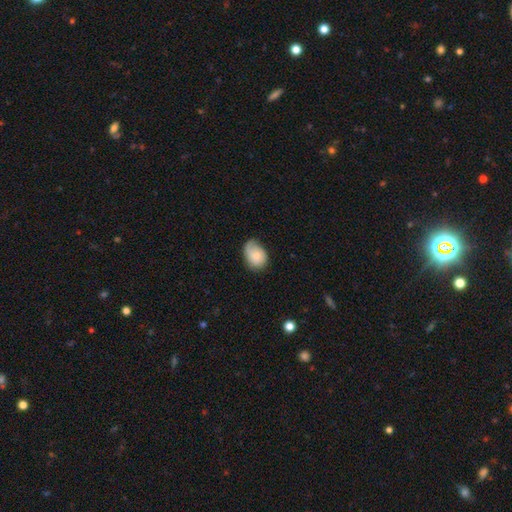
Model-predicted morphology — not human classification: This appears to be a smooth galaxy with no disk features (70%) that is in between round and cigar-shaped (74%). Merging: none (50%).